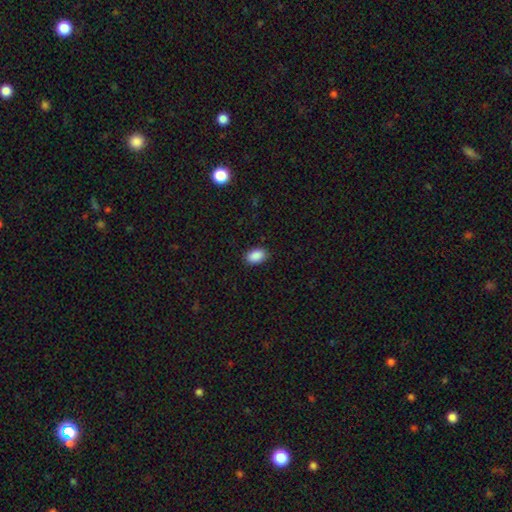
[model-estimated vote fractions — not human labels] Smooth or featured? smooth (90%)
How rounded? in between (90%)
Merging? none (88%)